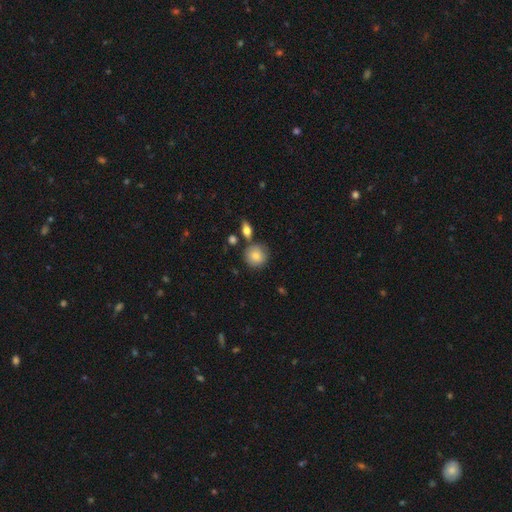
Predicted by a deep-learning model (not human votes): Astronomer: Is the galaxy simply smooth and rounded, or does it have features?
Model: smooth — 81%.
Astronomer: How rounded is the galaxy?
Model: round — 90%.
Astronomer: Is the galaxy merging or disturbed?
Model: none — 73%.